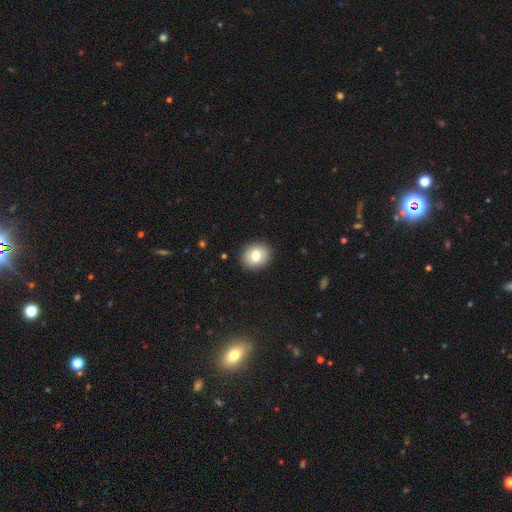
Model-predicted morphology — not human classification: Overall: smooth (76%). How rounded: round (70%). Merging: none (90%).